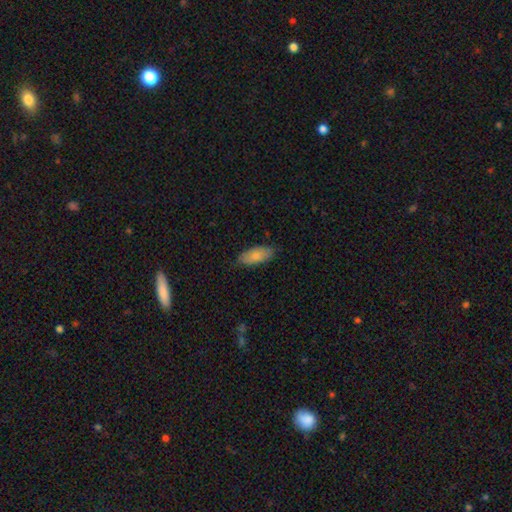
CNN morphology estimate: A smooth galaxy with no disk features (82%) that is in between round and cigar-shaped (85%).

Vote fractions:
- Smooth or featured? smooth: 82% / featured or disk: 12% / star or artifact: 6%
- How rounded? in between: 85% / cigar-shaped: 13% / round: 2%
- Merging? none: 82% / minor disturbance: 14% / major disturbance: 2% / merger: 1%